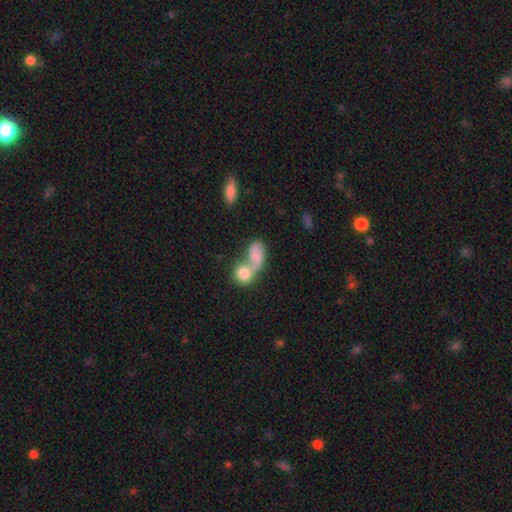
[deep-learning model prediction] This appears to be a smooth galaxy with no disk features (69%) that is in between round and cigar-shaped (67%). Merging: merger (71%).